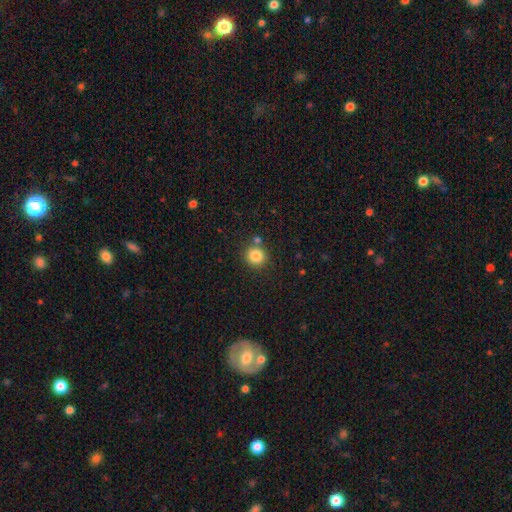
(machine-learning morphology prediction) smooth_or_featured: smooth (p=0.84) [alt: star or artifact p=0.11]
how_rounded: round (p=0.89) [alt: in between p=0.10]
merging: none (p=0.79) [alt: merger p=0.10]